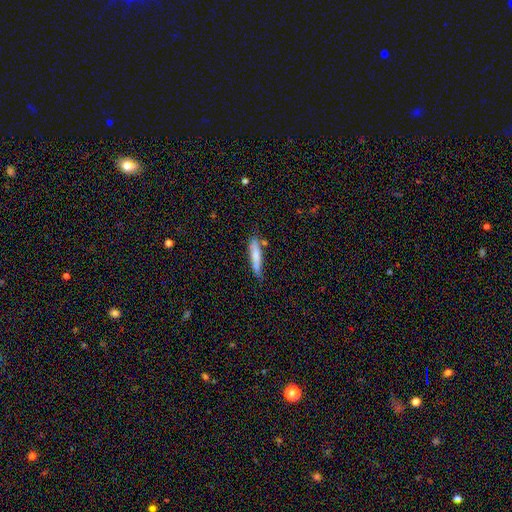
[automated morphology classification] smooth_or_featured: smooth (p=0.73) [alt: featured or disk p=0.21]
how_rounded: cigar-shaped (p=0.88) [alt: in between p=0.11]
merging: none (p=0.67) [alt: minor disturbance p=0.22]